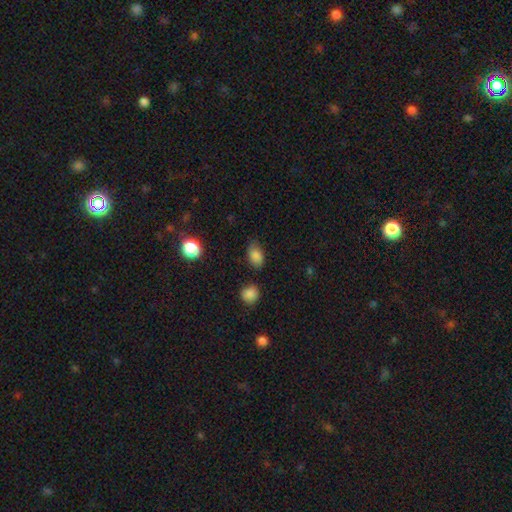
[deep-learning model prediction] Smooth or featured?
  - smooth: 84% *
  - star or artifact: 9%
  - featured or disk: 7%
How rounded?
  - in between: 85% *
  - round: 14%
  - cigar-shaped: 1%
Merging?
  - none: 72% *
  - minor disturbance: 21%
  - major disturbance: 4%
  - merger: 3%